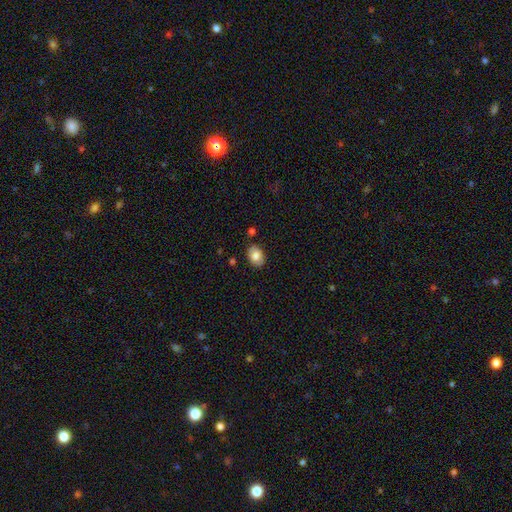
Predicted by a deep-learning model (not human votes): Smooth or featured: smooth — 81% (featured or disk — 11%)
How rounded: in between — 74% (round — 25%)
Merging: none — 84% (minor disturbance — 11%)